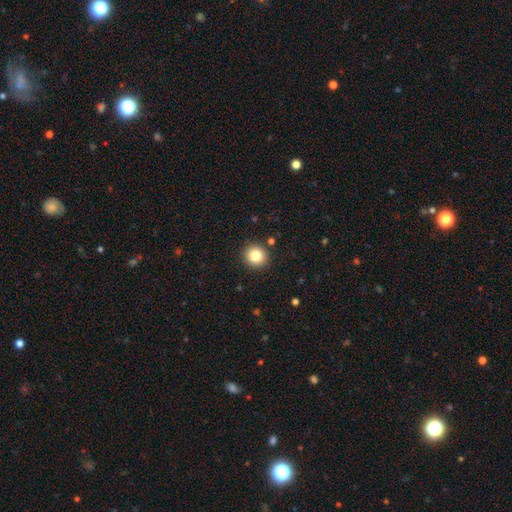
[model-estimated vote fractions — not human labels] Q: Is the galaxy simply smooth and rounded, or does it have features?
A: smooth — 82%.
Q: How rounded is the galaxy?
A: round — 93%.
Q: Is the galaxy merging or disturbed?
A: none — 91%.